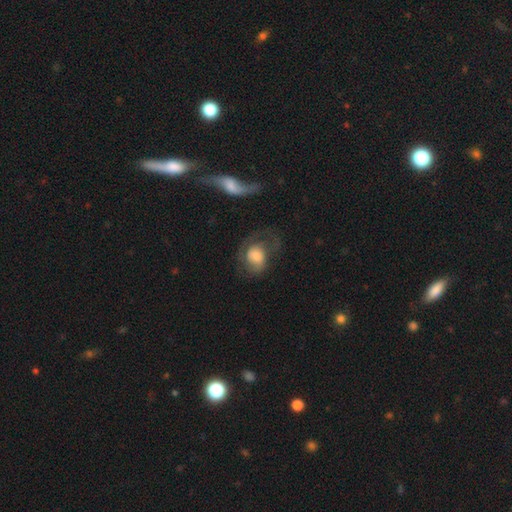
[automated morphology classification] Smooth or featured?
  - featured or disk: 48% *
  - smooth: 44%
  - star or artifact: 8%
Merging?
  - none: 38% *
  - major disturbance: 34%
  - minor disturbance: 23%
  - merger: 5%